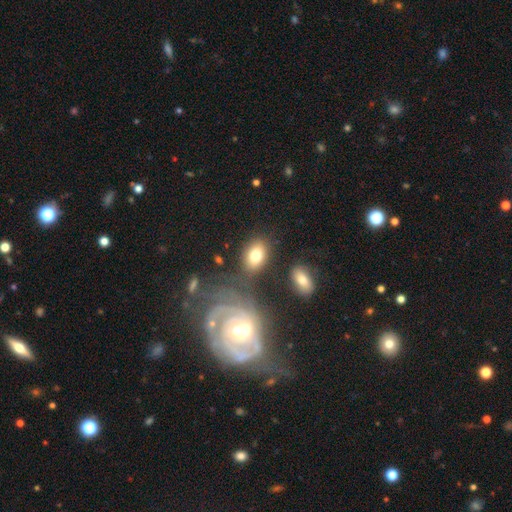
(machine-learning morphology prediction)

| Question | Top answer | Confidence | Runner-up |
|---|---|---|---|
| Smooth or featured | smooth | 75% | featured or disk (16%) |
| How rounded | in between | 79% | round (19%) |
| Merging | none | 75% | minor disturbance (13%) |